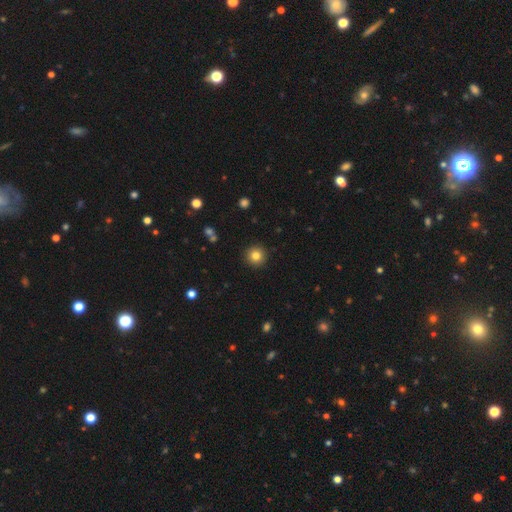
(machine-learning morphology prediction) Smooth or featured? Predicted: smooth (p=0.82). How rounded? Predicted: round (p=0.95). Merging? Predicted: none (p=0.92).